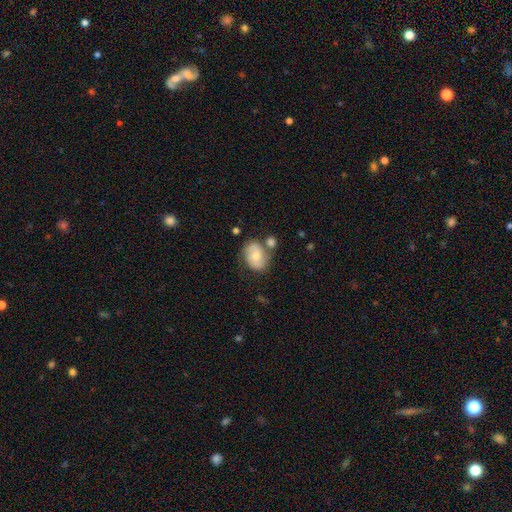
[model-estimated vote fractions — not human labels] Smooth or featured? Predicted: smooth (p=0.54). How rounded? Predicted: in between (p=0.65). Merging? Predicted: none (p=0.61).